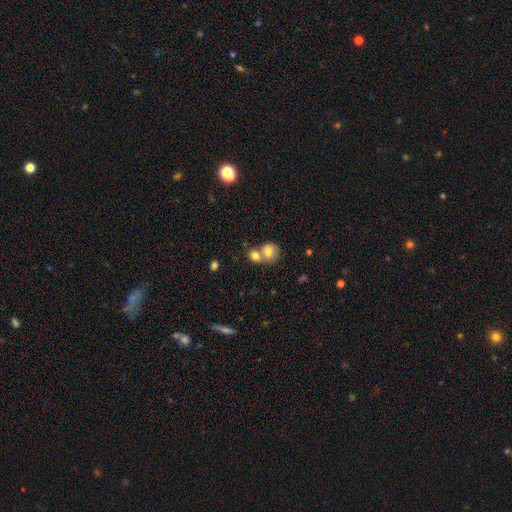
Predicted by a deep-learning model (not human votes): The model was most divided on "merging": merger: 57%, none: 33%, minor disturbance: 7%, major disturbance: 3%. More confident: smooth or featured — smooth (79%); how rounded — round (65%).